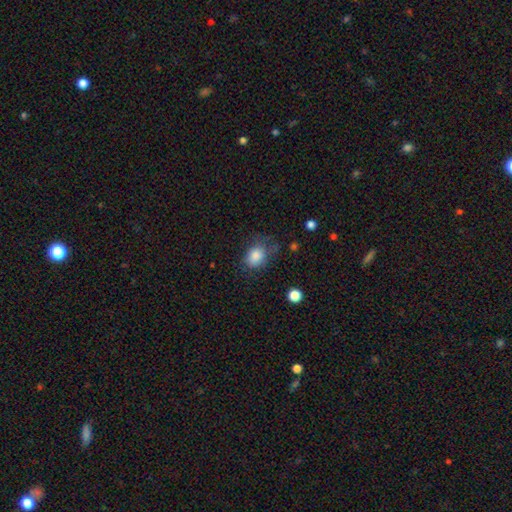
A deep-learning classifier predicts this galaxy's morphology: Q: Smooth or featured?
A: smooth (83%); runner-up: star or artifact (10%)
Q: How rounded?
A: in between (55%); runner-up: round (44%)
Q: Merging?
A: none (53%); runner-up: minor disturbance (29%)